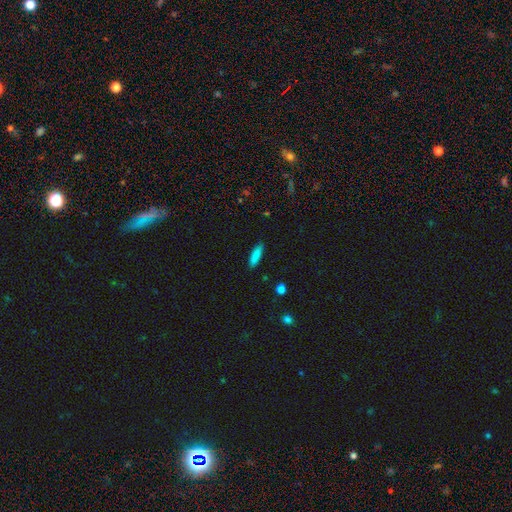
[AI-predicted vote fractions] The model was most divided on "how rounded": cigar-shaped: 65%, in between: 33%, round: 2%. More confident: merging — none (87%); smooth or featured — smooth (85%).